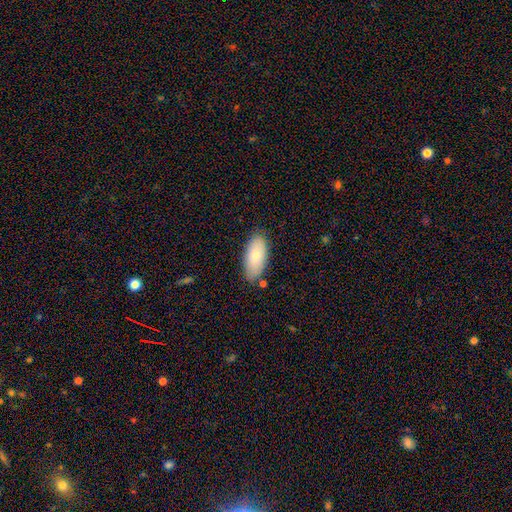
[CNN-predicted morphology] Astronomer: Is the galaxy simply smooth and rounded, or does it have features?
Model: smooth — 79%.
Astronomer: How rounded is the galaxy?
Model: in between — 91%.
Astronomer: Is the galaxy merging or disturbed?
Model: none — 81%.